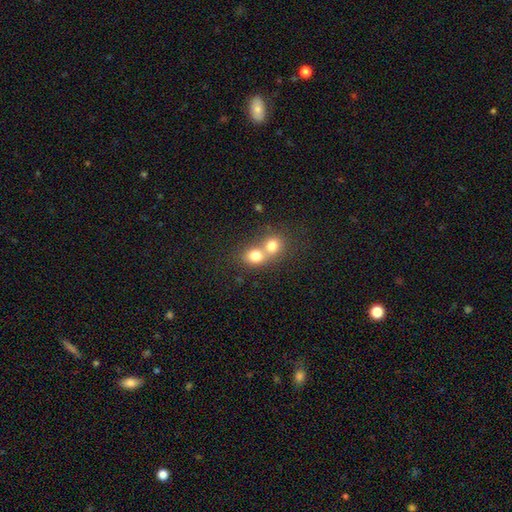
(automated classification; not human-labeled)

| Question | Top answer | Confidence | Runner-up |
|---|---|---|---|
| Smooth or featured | smooth | 75% | featured or disk (14%) |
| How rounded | round | 70% | in between (29%) |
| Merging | merger | 67% | none (26%) |